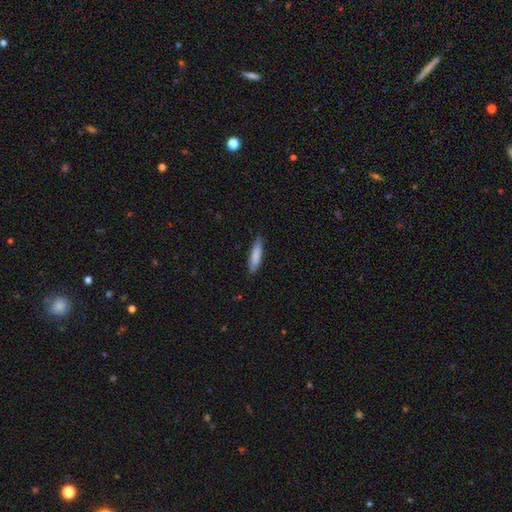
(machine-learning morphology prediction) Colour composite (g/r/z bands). It shows a smooth galaxy with no disk features (84%) that is cigar-shaped (75%). Merging: none (81%).